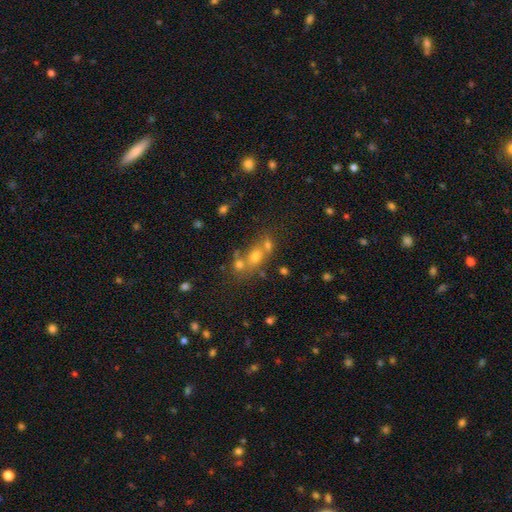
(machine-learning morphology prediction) A smooth galaxy with no disk features (49%). Merging: merger (45%).